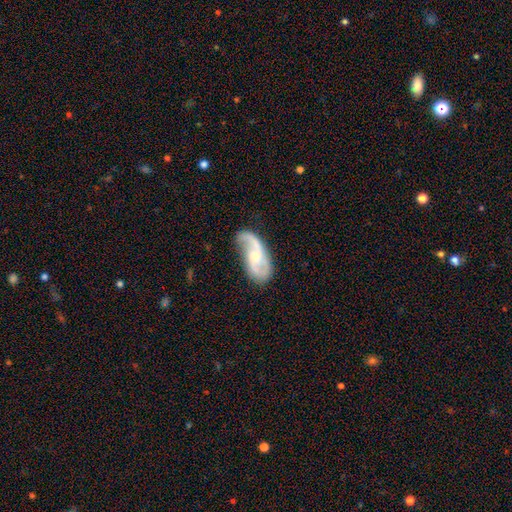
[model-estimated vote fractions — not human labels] Morphology: type=featured or disk (79%); edge-on=no (96%); bar=no (53%); spiral arms=yes (94%); winding=loose (50%); arm count=2 (81%); bulge=small (52%); merging=none (60%).